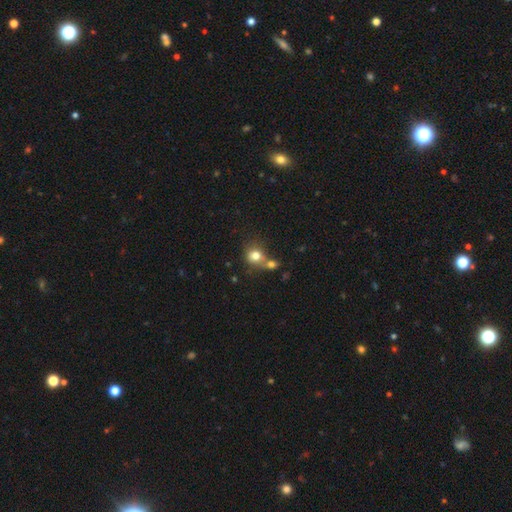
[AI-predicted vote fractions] A smooth galaxy with no disk features (79%) that is round (74%). Merging: merger (43%).